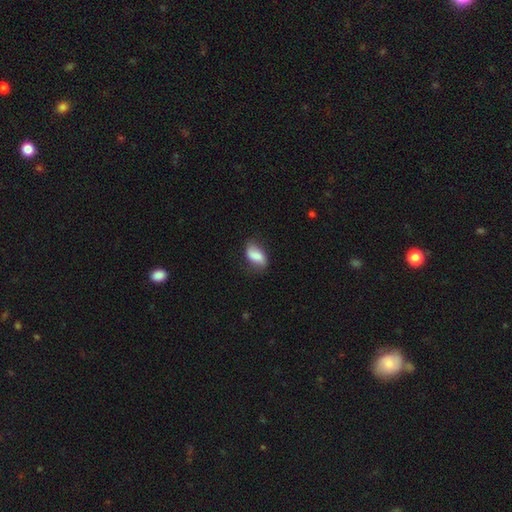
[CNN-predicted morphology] type=smooth (73%); roundness=in between (89%); merging=none (65%).